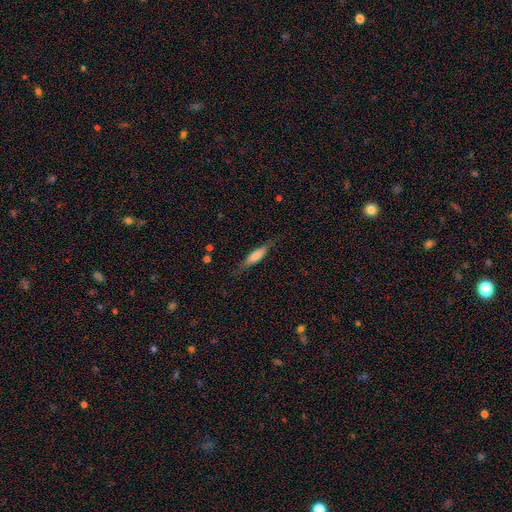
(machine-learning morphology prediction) This appears to be a smooth galaxy with no disk features (64%) that is cigar-shaped (65%). Merging: none (75%).